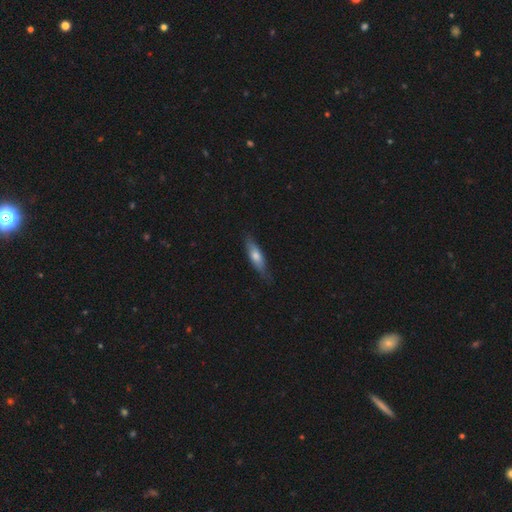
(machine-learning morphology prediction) Smooth or featured? Predicted: smooth (p=0.61). How rounded? Predicted: cigar-shaped (p=0.61). Merging? Predicted: none (p=0.79).